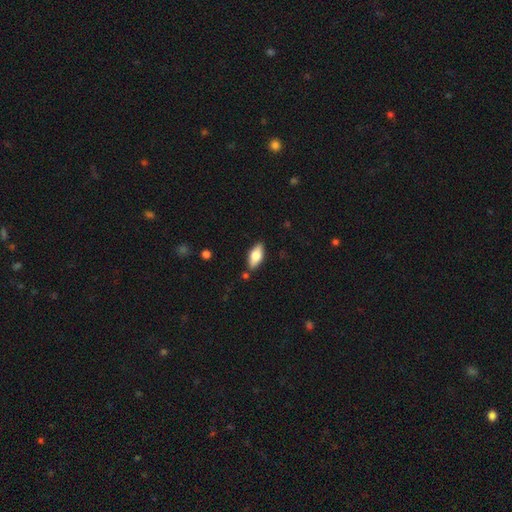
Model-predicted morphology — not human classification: A smooth galaxy with no disk features (69%) that is in between round and cigar-shaped (82%).

Vote fractions:
- Smooth or featured? smooth: 69% / featured or disk: 25% / star or artifact: 6%
- How rounded? in between: 82% / cigar-shaped: 15% / round: 3%
- Merging? none: 84% / minor disturbance: 11% / merger: 3% / major disturbance: 2%